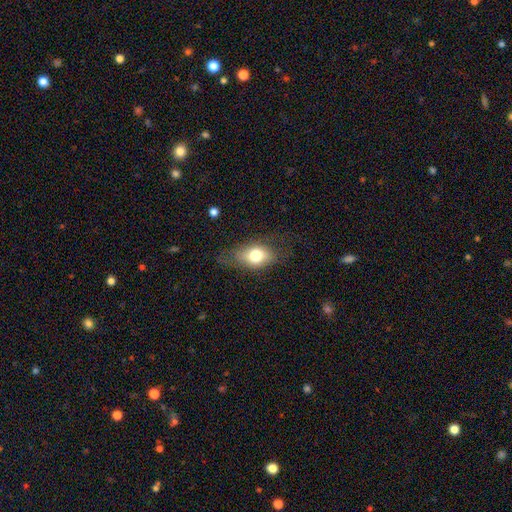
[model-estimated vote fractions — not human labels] The model was most divided on "merging": none: 60%, minor disturbance: 25%, major disturbance: 13%, merger: 2%. More confident: how rounded — in between (79%); smooth or featured — smooth (71%).